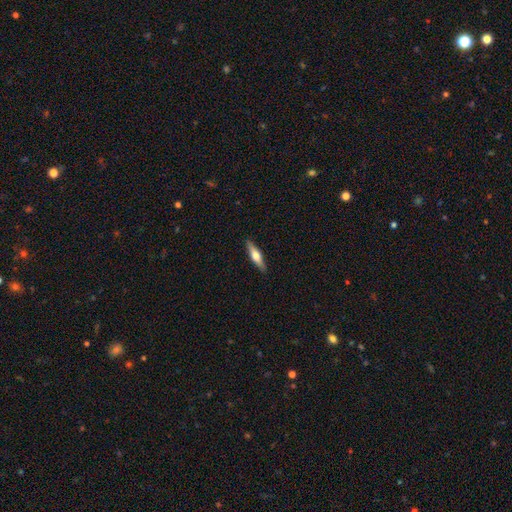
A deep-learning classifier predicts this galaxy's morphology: Smooth or featured? Predicted: featured or disk (p=0.53). Edge-on disk? Predicted: yes (p=0.95). Merging? Predicted: none (p=0.90).